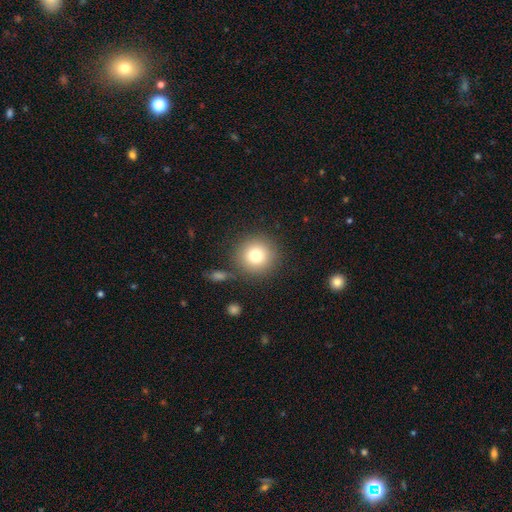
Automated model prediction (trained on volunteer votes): Morphology: type=smooth (79%); roundness=round (94%); merging=none (83%).